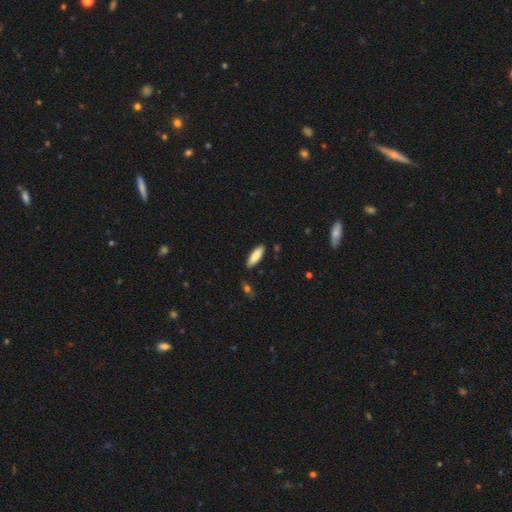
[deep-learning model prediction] This is clearly a smooth galaxy (87%). How rounded: possibly in between (53%). Merging: clearly none (87%).